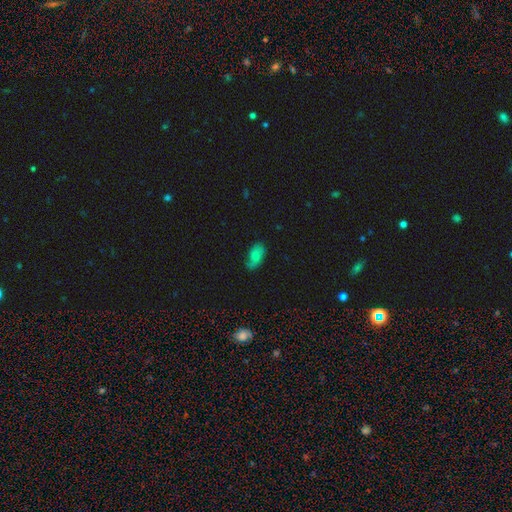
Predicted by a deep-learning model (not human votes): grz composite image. It shows a smooth galaxy with no disk features (56%) that is in between round and cigar-shaped (90%). Merging: none (60%).